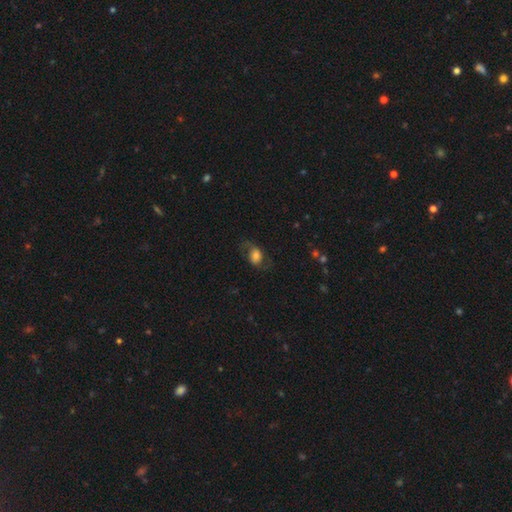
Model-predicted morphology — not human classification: This is possibly a smooth galaxy (56%). How rounded: likely in between (65%). Merging: possibly none (57%).